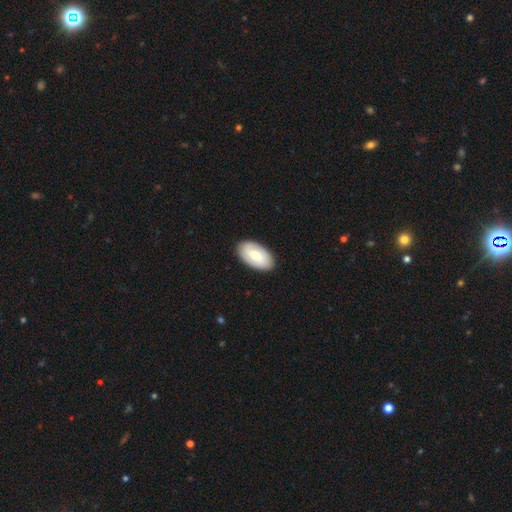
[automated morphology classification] Smooth or featured? smooth (71%)
How rounded? in between (95%)
Merging? none (89%)